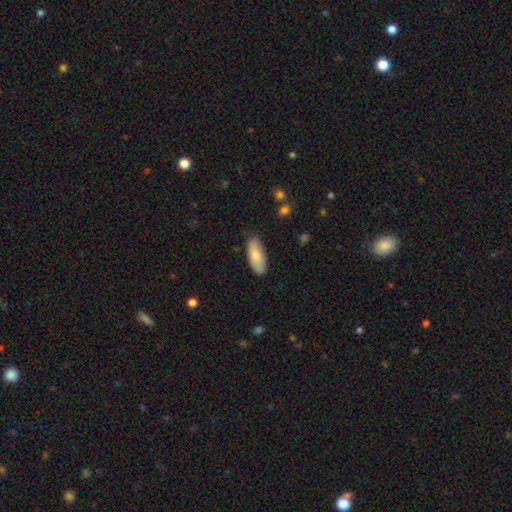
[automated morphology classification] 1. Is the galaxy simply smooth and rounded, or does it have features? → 82% smooth, 13% featured or disk, 6% star or artifact.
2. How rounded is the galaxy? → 80% in between, 18% cigar-shaped, 2% round.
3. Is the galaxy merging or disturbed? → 82% none, 14% minor disturbance, 2% major disturbance, 1% merger.